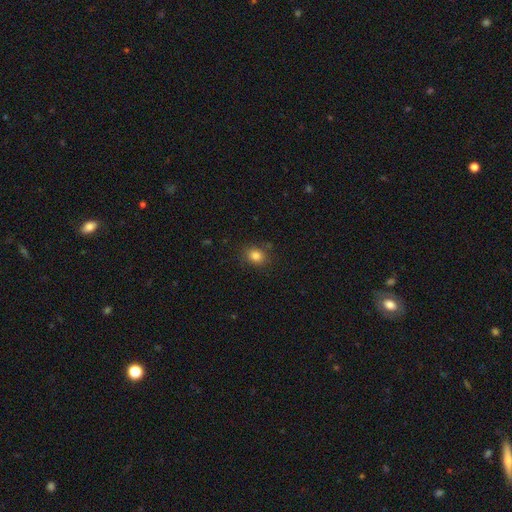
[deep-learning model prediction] The model was most divided on "how rounded": round: 63%, in between: 36%, cigar-shaped: 1%. More confident: merging — none (84%); smooth or featured — smooth (83%).